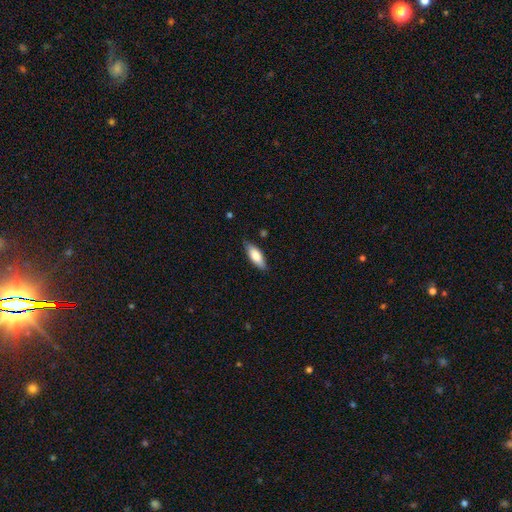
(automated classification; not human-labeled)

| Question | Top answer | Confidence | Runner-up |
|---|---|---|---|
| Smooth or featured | smooth | 77% | featured or disk (17%) |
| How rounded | in between | 70% | cigar-shaped (28%) |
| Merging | none | 80% | minor disturbance (16%) |